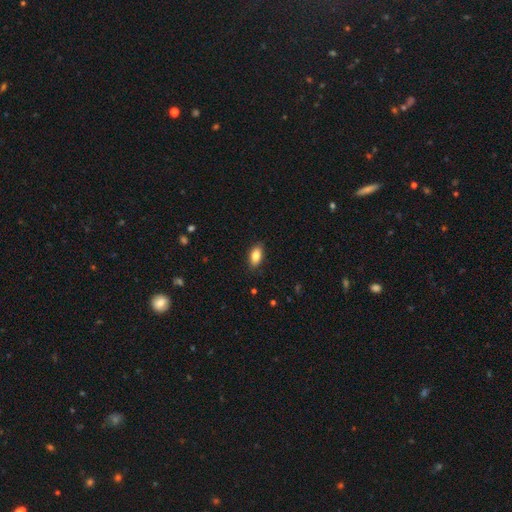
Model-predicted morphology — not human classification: Smooth or featured? smooth (85%)
How rounded? in between (89%)
Merging? none (87%)